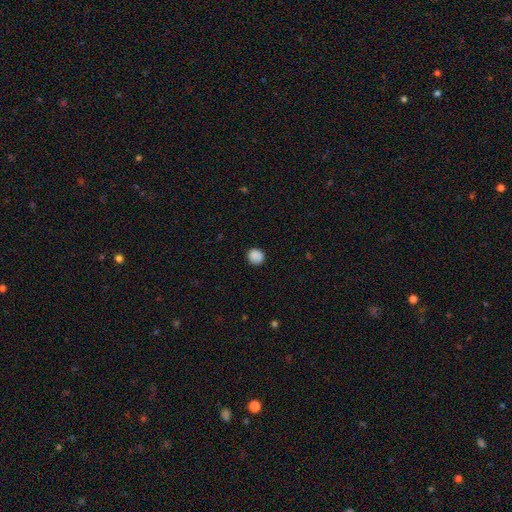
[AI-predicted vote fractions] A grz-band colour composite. It shows a smooth galaxy with no disk features (88%) that is round (89%). Merging: none (88%).